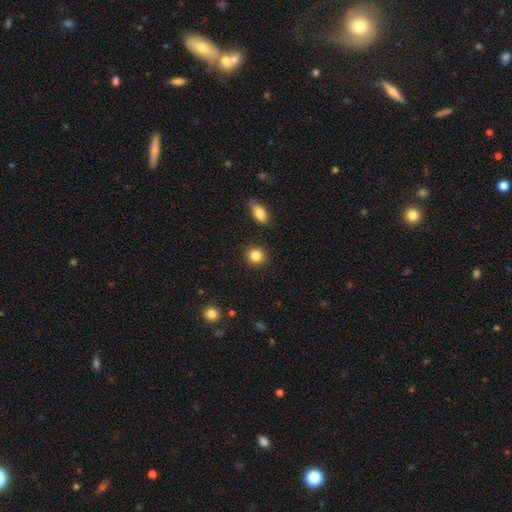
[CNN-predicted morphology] A smooth galaxy with no disk features (86%) that is round (85%).

Vote fractions:
- Smooth or featured? smooth: 86% / star or artifact: 9% / featured or disk: 4%
- How rounded? round: 85% / in between: 14% / cigar-shaped: 1%
- Merging? none: 90% / minor disturbance: 6% / major disturbance: 2% / merger: 2%